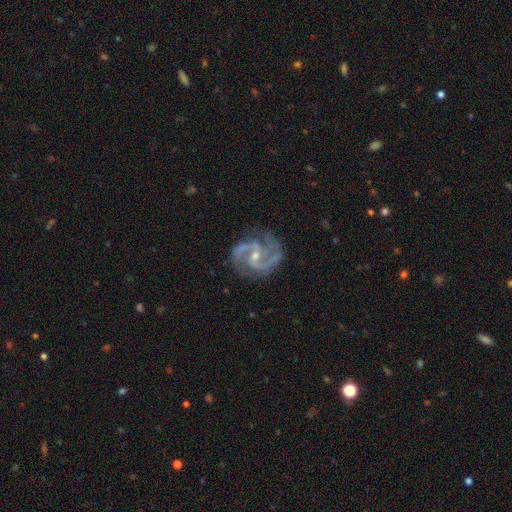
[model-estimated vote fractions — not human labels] Smooth or featured?
  - featured or disk: 93% *
  - star or artifact: 5%
  - smooth: 3%
Edge-on disk?
  - no: 98% *
  - yes: 2%
Bar?
  - weak: 46% *
  - no: 33%
  - strong: 20%
Spiral arms?
  - yes: 98% *
  - no: 2%
Spiral winding?
  - medium: 63% *
  - tight: 22%
  - loose: 15%
Spiral arm count?
  - 2: 79% *
  - 3: 11%
  - can't tell: 3%
  - 4: 2%
  - 1: 2%
  - more than 4: 2%
Bulge size?
  - small: 60% *
  - moderate: 36%
  - none: 2%
  - large: 1%
  - dominant: 1%
Merging?
  - none: 76% *
  - minor disturbance: 16%
  - major disturbance: 6%
  - merger: 1%